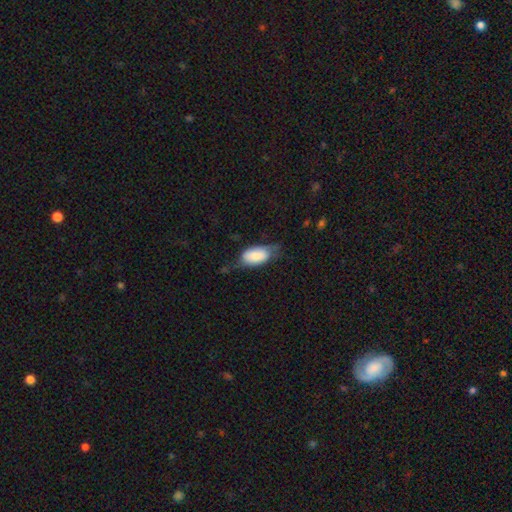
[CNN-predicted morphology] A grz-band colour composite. It shows a smooth galaxy with no disk features (73%) that is in between round and cigar-shaped (92%). Merging: none (42%).